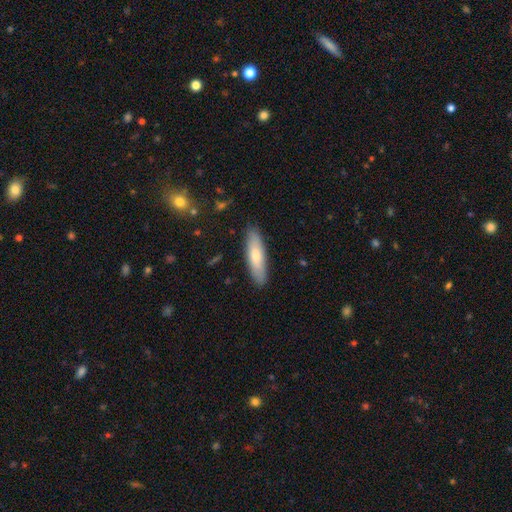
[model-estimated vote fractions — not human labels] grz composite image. It shows a smooth galaxy with no disk features (69%) that is cigar-shaped (65%). Merging: none (89%).